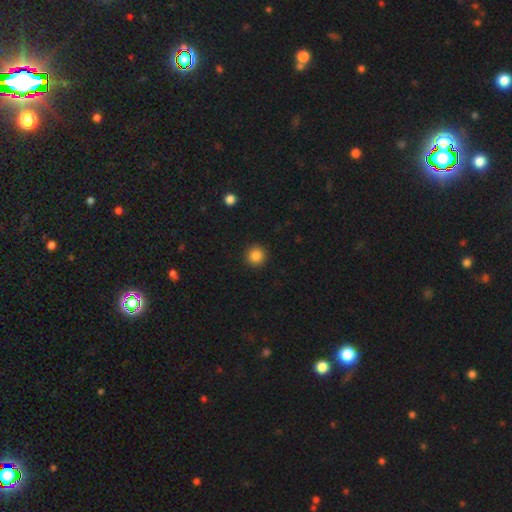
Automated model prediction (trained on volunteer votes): Smooth or featured: smooth — 86% (star or artifact — 10%)
How rounded: round — 95% (in between — 4%)
Merging: none — 93% (minor disturbance — 5%)